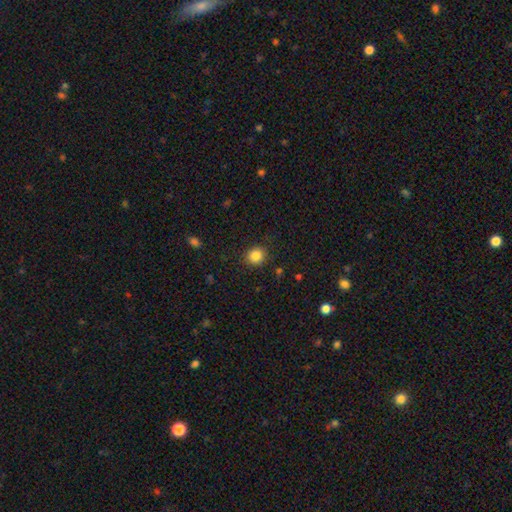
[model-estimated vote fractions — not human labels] The model was most divided on "how rounded": round: 81%, in between: 18%, cigar-shaped: 1%. More confident: merging — none (88%); smooth or featured — smooth (85%).